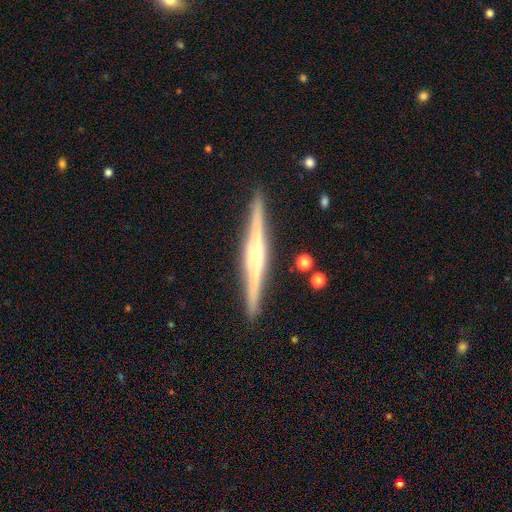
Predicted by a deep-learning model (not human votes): Morphology: type=featured or disk (82%); edge-on=yes (98%); edge-on bulge=rounded (60%); merging=none (91%).